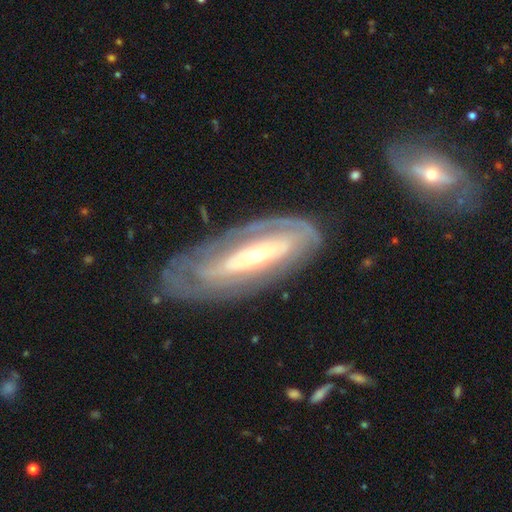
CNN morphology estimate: Smooth or featured? Predicted: featured or disk (p=0.79). Edge-on disk? Predicted: no (p=0.85). Bar? Predicted: no (p=0.55). Spiral arms? Predicted: yes (p=0.68). Bulge size? Predicted: small (p=0.58). Merging? Predicted: none (p=0.69).